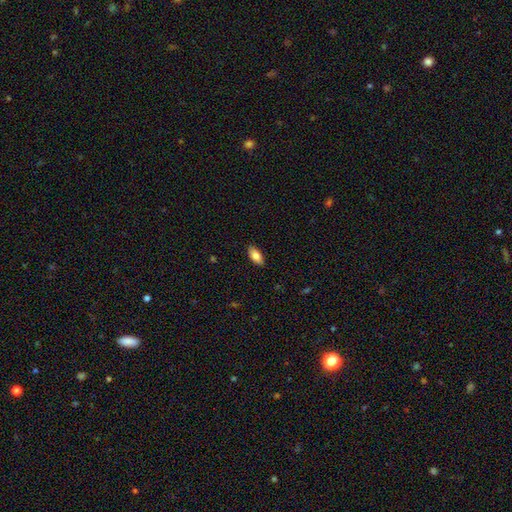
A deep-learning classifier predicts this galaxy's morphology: type=smooth (82%); roundness=in between (89%); merging=none (89%).